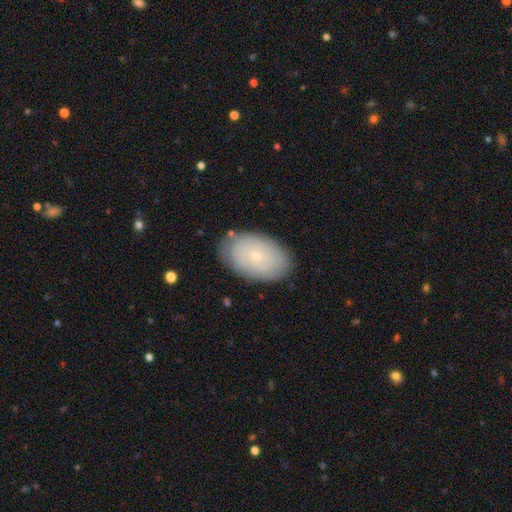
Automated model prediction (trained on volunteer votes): A smooth galaxy with no disk features (57%) that is in between round and cigar-shaped (92%). Merging: none (83%).